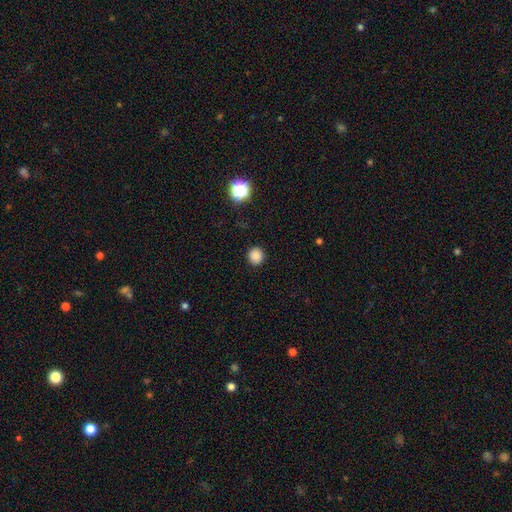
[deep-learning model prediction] Smooth or featured?
  - smooth: 85% *
  - star or artifact: 12%
  - featured or disk: 3%
How rounded?
  - round: 88% *
  - in between: 11%
  - cigar-shaped: 1%
Merging?
  - none: 92% *
  - minor disturbance: 5%
  - major disturbance: 2%
  - merger: 1%